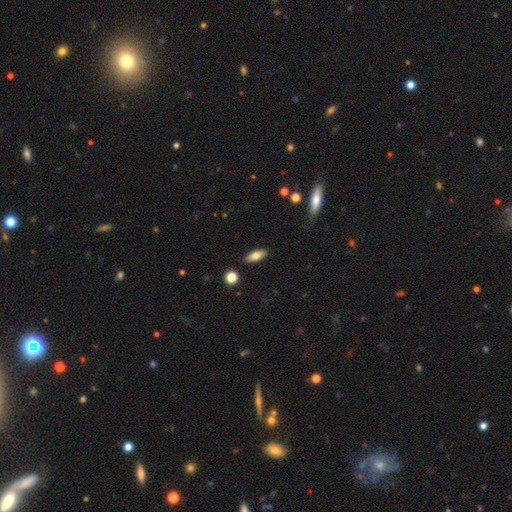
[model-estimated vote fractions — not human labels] Smooth or featured? smooth (77%)
How rounded? in between (79%)
Merging? none (87%)